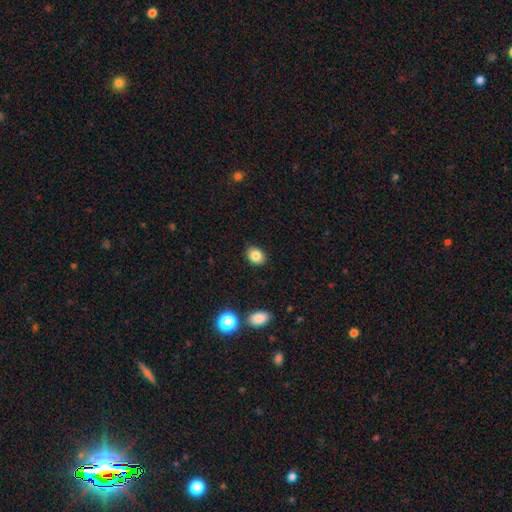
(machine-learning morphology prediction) smooth_or_featured: smooth (p=0.83) [alt: star or artifact p=0.10]
how_rounded: in between (p=0.60) [alt: round p=0.39]
merging: none (p=0.88) [alt: minor disturbance p=0.09]